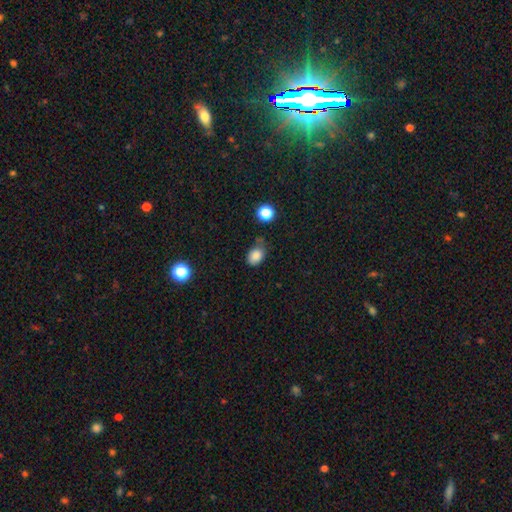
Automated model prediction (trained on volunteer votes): Smooth or featured: smooth — 84% (star or artifact — 11%)
How rounded: in between — 69% (round — 30%)
Merging: none — 55% (minor disturbance — 30%)